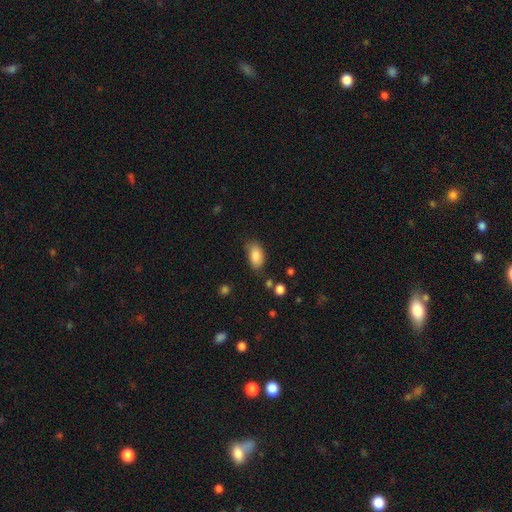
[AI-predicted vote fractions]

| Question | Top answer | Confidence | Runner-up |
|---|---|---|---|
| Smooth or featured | smooth | 86% | star or artifact (7%) |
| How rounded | in between | 92% | round (5%) |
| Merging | none | 69% | minor disturbance (23%) |